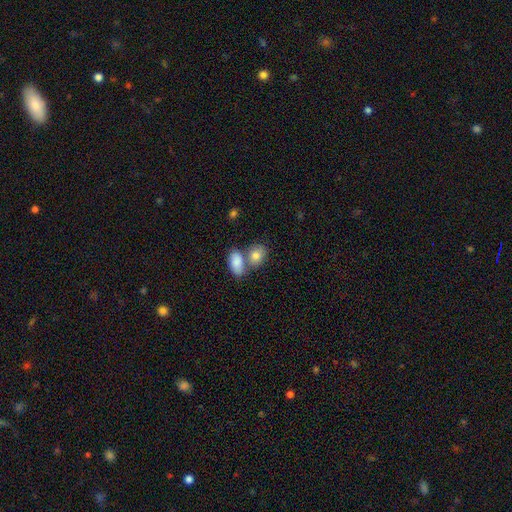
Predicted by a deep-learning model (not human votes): Smooth or featured?
  - smooth: 82% *
  - featured or disk: 10%
  - star or artifact: 7%
How rounded?
  - in between: 73% *
  - round: 26%
  - cigar-shaped: 2%
Merging?
  - merger: 46% *
  - none: 39%
  - minor disturbance: 11%
  - major disturbance: 4%